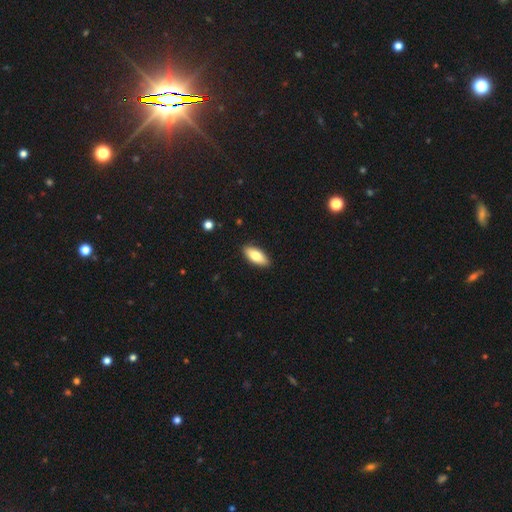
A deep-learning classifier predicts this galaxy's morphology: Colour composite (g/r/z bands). It shows a smooth galaxy with no disk features (80%) that is in between round and cigar-shaped (83%). Merging: none (89%).